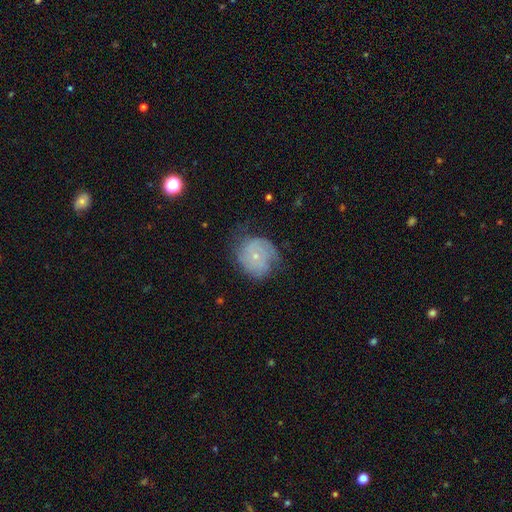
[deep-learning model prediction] A featured or disk galaxy (58%) with no bar (83%), spiral arms (79%) and a small central bulge (77%). Merging: none (55%).